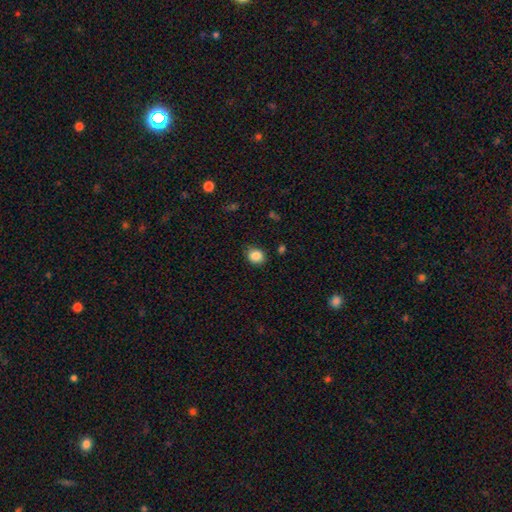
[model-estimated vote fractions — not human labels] This is clearly a smooth galaxy (86%). How rounded: likely round (65%). Merging: clearly none (83%).